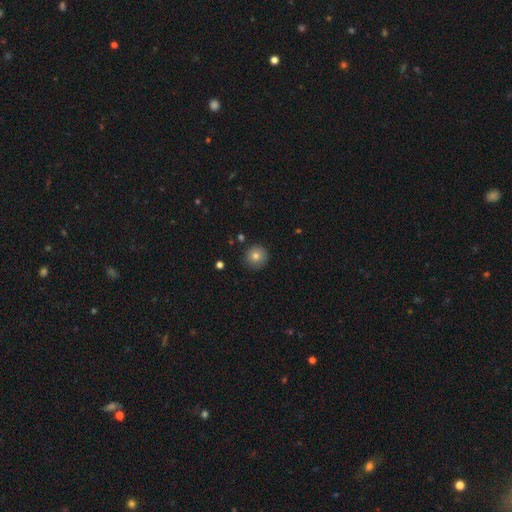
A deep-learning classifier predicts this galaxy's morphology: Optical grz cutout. It shows a smooth galaxy with no disk features (78%) that is round (95%). Merging: none (88%).